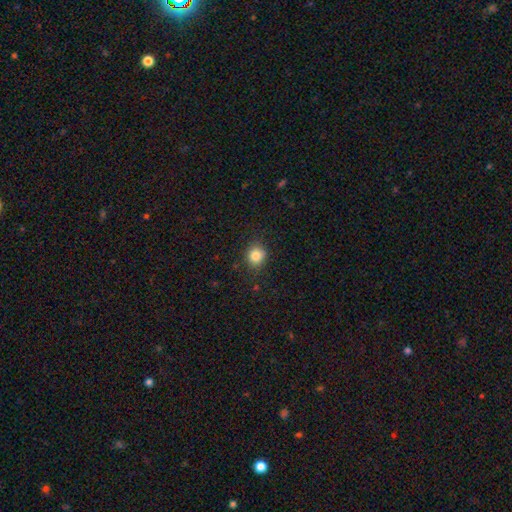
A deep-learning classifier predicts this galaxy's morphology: type=smooth (84%); roundness=round (80%); merging=none (83%).